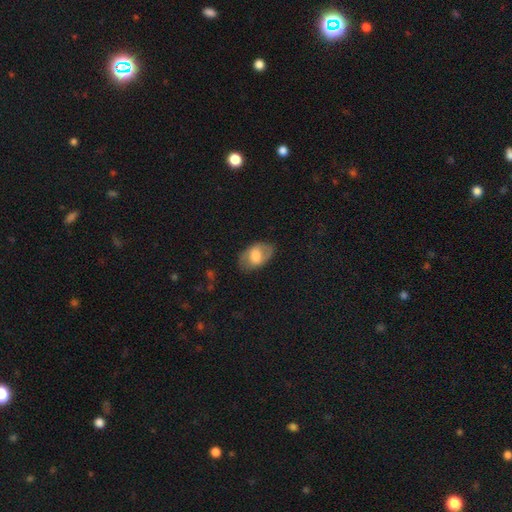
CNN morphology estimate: smooth_or_featured: smooth (p=0.61) [alt: featured or disk p=0.32]
how_rounded: in between (p=0.90) [alt: round p=0.08]
merging: none (p=0.75) [alt: minor disturbance p=0.17]